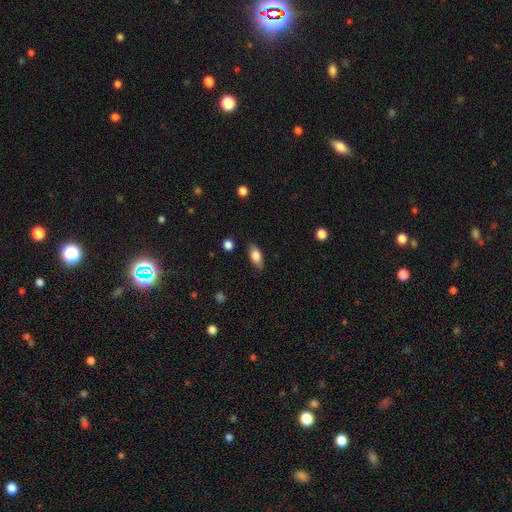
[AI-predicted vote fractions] This appears to be a smooth galaxy with no disk features (80%) that is in between round and cigar-shaped (85%). Merging: none (81%).